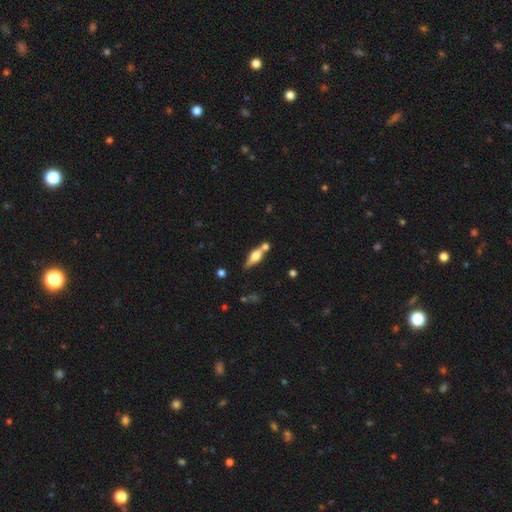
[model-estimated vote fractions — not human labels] Morphology: type=featured or disk (55%); edge-on=yes (90%); merging=none (61%).